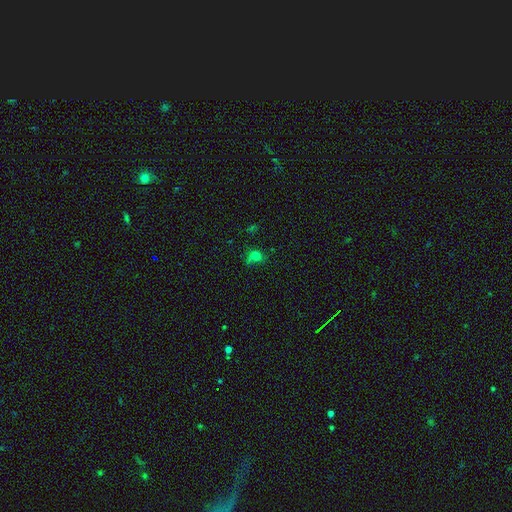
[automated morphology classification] The model was most divided on "merging": none: 50%, minor disturbance: 25%, major disturbance: 15%, merger: 9%. More confident: smooth or featured — smooth (68%); how rounded — round (66%).